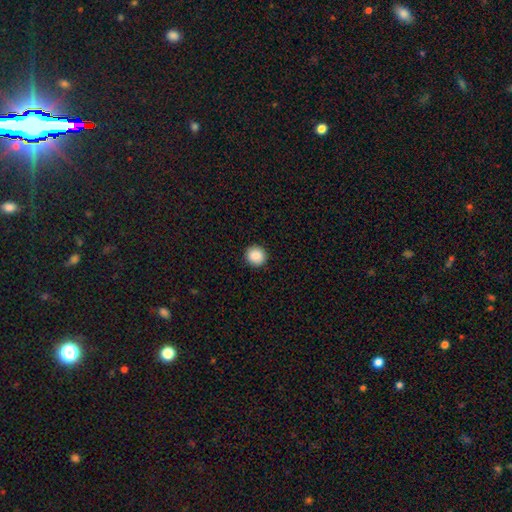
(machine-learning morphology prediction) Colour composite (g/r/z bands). It shows a smooth galaxy with no disk features (88%) that is round (92%). Merging: none (92%).